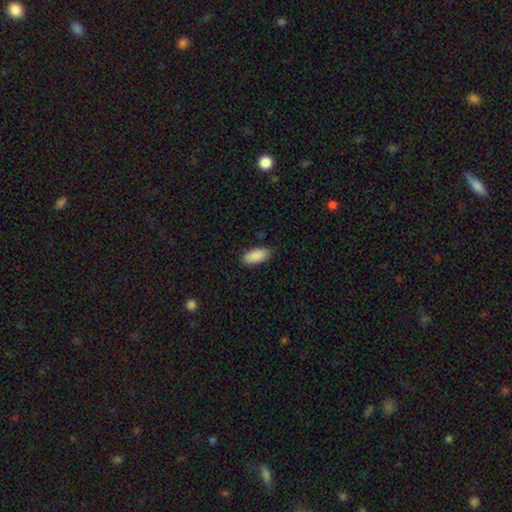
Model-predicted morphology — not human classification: Smooth or featured?
  - smooth: 90% *
  - star or artifact: 6%
  - featured or disk: 4%
How rounded?
  - in between: 90% *
  - cigar-shaped: 8%
  - round: 2%
Merging?
  - none: 83% *
  - minor disturbance: 14%
  - major disturbance: 2%
  - merger: 1%